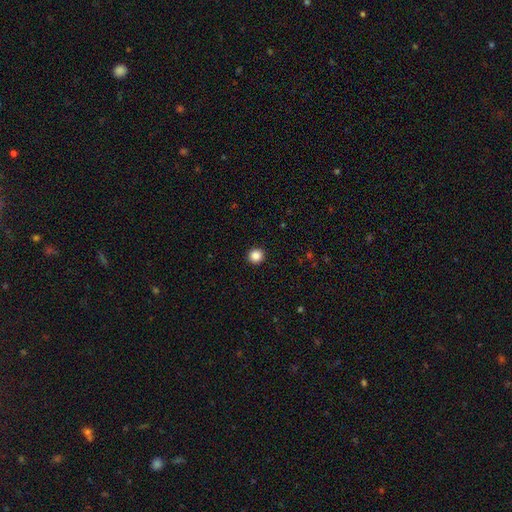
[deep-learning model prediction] A smooth galaxy with no disk features (86%) that is round (94%). Merging: none (93%).